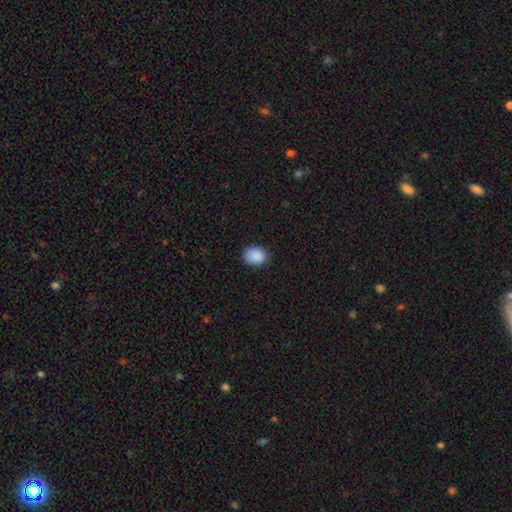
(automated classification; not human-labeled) Q: Smooth or featured?
A: smooth (88%); runner-up: star or artifact (8%)
Q: How rounded?
A: in between (60%); runner-up: round (39%)
Q: Merging?
A: none (80%); runner-up: minor disturbance (16%)